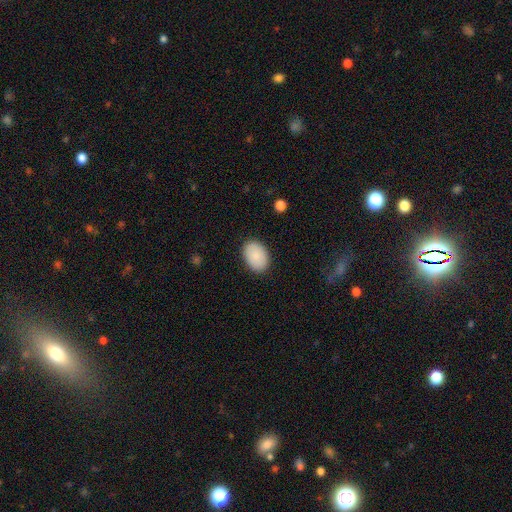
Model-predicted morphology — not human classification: A smooth galaxy with no disk features (88%) that is in between round and cigar-shaped (85%).

Vote fractions:
- Smooth or featured? smooth: 88% / star or artifact: 6% / featured or disk: 6%
- How rounded? in between: 85% / round: 14% / cigar-shaped: 1%
- Merging? none: 88% / minor disturbance: 9% / major disturbance: 2% / merger: 1%